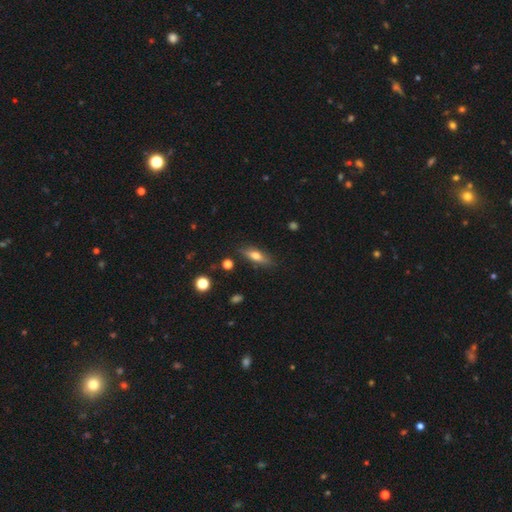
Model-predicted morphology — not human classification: Smooth or featured?
  - smooth: 54% *
  - featured or disk: 38%
  - star or artifact: 8%
How rounded?
  - cigar-shaped: 49% *
  - in between: 47%
  - round: 4%
Merging?
  - none: 83% *
  - minor disturbance: 12%
  - major disturbance: 3%
  - merger: 2%